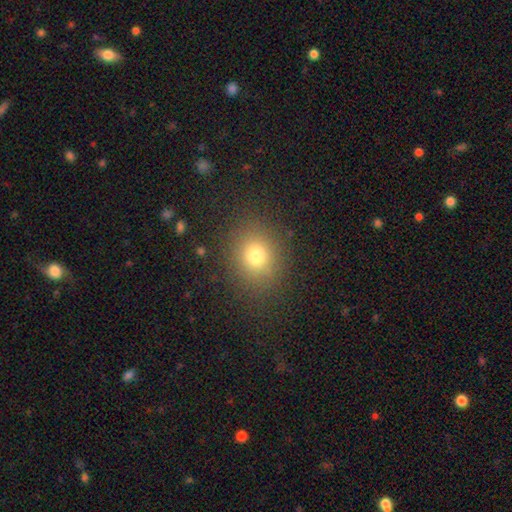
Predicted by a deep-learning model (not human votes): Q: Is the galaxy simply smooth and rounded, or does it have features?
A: smooth — 77%.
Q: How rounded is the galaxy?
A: round — 68%.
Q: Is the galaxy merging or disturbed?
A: none — 86%.